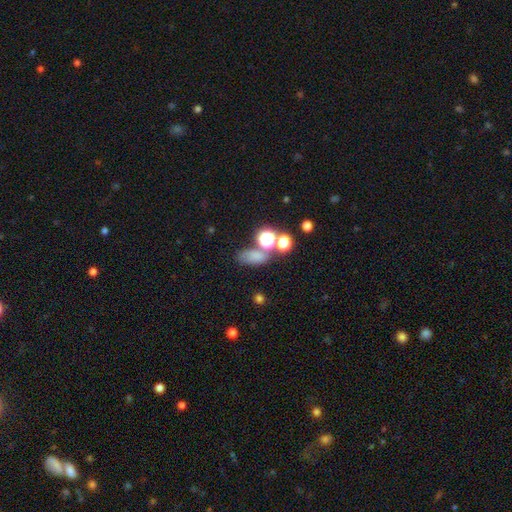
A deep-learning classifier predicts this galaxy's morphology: A smooth galaxy with no disk features (63%) that is in between round and cigar-shaped (69%). Merging: none (47%).